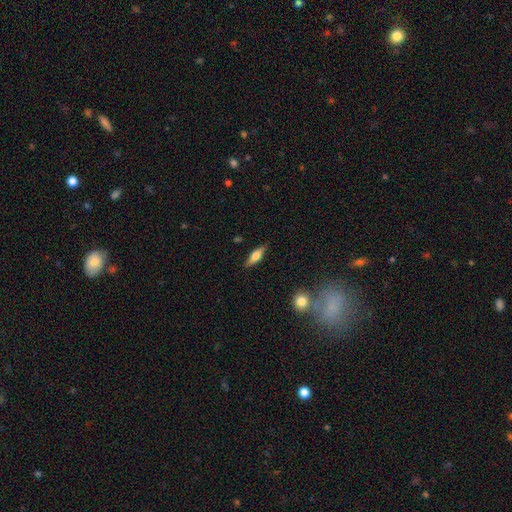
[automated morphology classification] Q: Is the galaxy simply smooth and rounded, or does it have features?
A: smooth — 57%.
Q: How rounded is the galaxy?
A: in between — 53%.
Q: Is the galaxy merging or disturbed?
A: none — 85%.